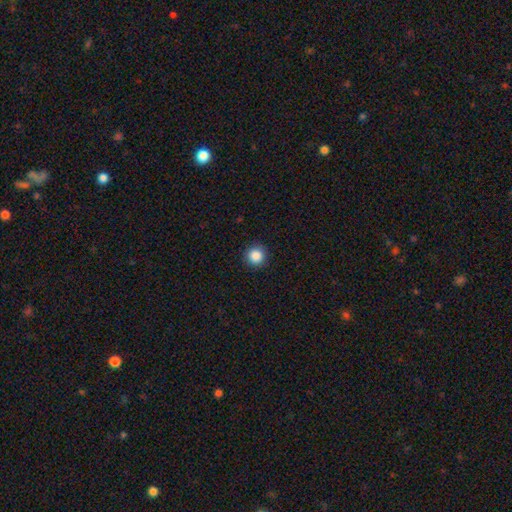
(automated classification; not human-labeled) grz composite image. It shows a smooth galaxy with no disk features (87%) that is round (95%). Merging: none (92%).